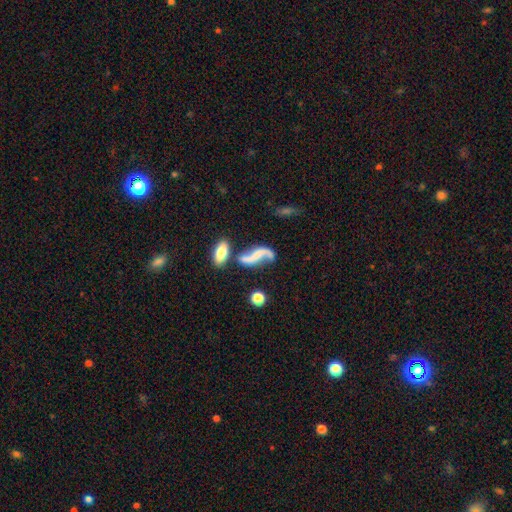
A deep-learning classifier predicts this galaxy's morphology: Overall: featured or disk (76%). Edge-on disk: no (94%). Bar: no (49%; weak 30%). Spiral arms: yes (89%). Spiral arm count: 2 (89%). Spiral winding: loose (90%). Bulge size: none (63%). Merging: none (49%; merger 23%).